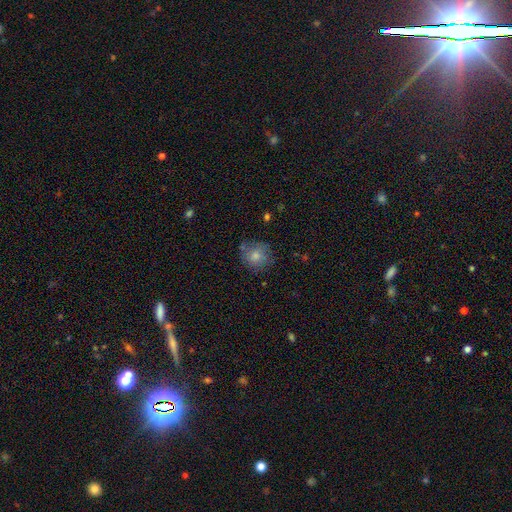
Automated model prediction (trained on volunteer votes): Smooth or featured? Predicted: smooth (p=0.78). How rounded? Predicted: round (p=0.87). Merging? Predicted: none (p=0.71).